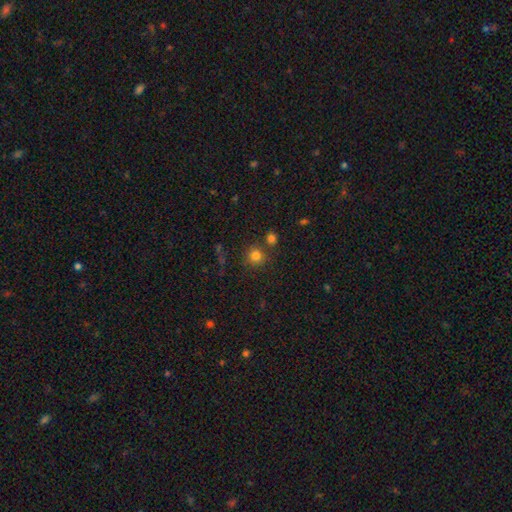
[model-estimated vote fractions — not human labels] smooth_or_featured: smooth (p=0.79) [alt: star or artifact p=0.15]
how_rounded: round (p=0.92) [alt: in between p=0.07]
merging: none (p=0.75) [alt: merger p=0.13]